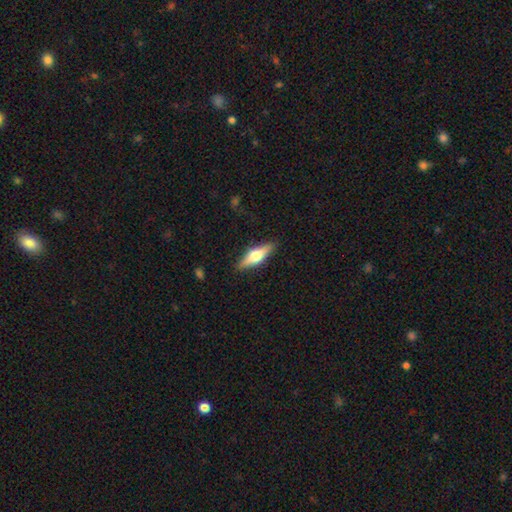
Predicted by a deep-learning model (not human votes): Morphology: type=featured or disk (58%); edge-on=yes (95%); edge-on bulge=rounded (94%); merging=none (88%).